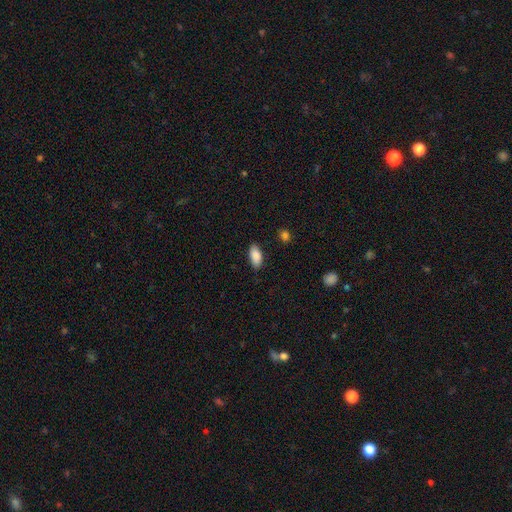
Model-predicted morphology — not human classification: A smooth galaxy with no disk features (88%) that is in between round and cigar-shaped (91%). Merging: none (84%).